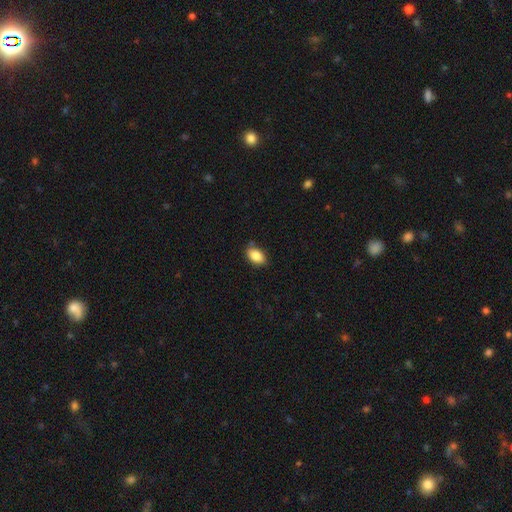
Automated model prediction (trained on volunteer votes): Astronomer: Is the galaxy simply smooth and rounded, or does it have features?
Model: smooth — 86%.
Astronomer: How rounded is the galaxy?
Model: in between — 91%.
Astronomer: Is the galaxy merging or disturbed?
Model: none — 77%.